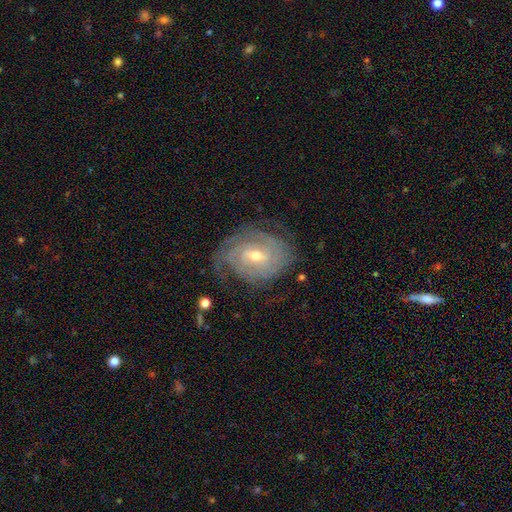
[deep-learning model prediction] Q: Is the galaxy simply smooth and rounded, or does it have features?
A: featured or disk — 85%.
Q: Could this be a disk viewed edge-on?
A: no — 96%.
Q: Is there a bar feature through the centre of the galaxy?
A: weak — 50%.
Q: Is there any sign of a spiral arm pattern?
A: yes — 95%.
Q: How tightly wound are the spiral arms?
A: tight — 71%.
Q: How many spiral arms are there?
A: can't tell — 35%.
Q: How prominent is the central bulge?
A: moderate — 54%.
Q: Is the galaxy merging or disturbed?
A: none — 69%.